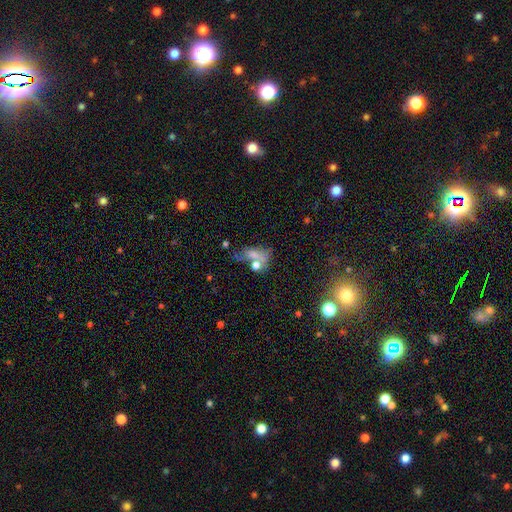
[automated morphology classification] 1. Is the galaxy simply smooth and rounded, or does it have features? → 57% smooth, 27% featured or disk, 17% star or artifact.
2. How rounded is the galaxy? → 77% in between, 16% round, 7% cigar-shaped.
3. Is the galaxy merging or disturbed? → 34% merger, 27% none, 21% major disturbance, 17% minor disturbance.